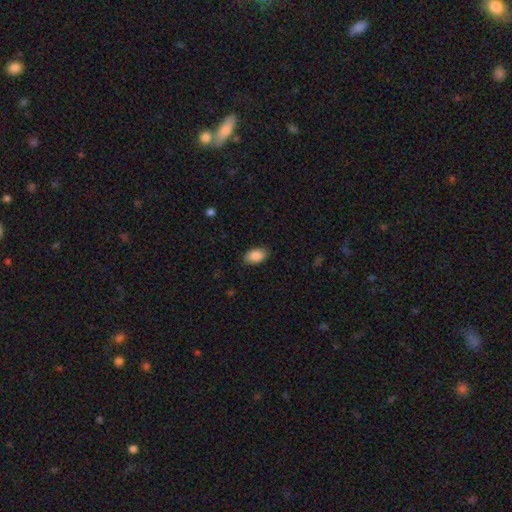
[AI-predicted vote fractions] Q: Smooth or featured?
A: smooth (89%); runner-up: star or artifact (7%)
Q: How rounded?
A: in between (92%); runner-up: round (7%)
Q: Merging?
A: none (87%); runner-up: minor disturbance (9%)